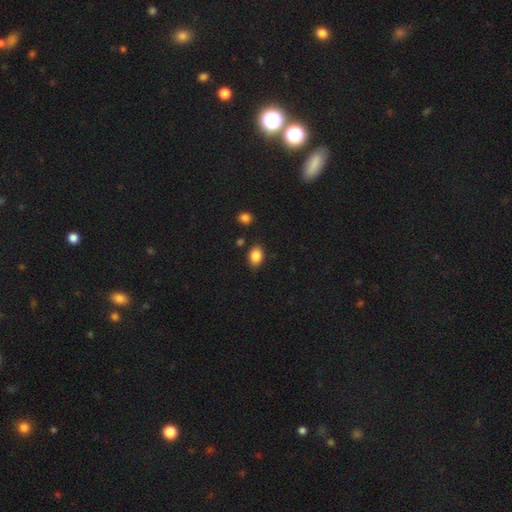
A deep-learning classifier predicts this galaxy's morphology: The model was most divided on "how rounded": in between: 79%, round: 19%, cigar-shaped: 1%. More confident: smooth or featured — smooth (86%); merging — none (82%).